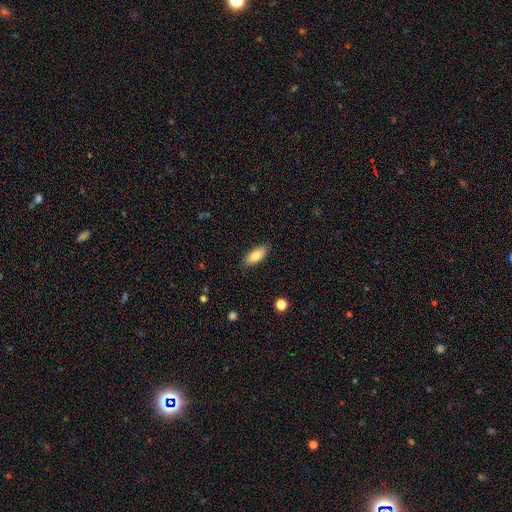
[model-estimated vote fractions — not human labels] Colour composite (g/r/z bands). It shows a smooth galaxy with no disk features (82%) that is in between round and cigar-shaped (77%). Merging: none (86%).